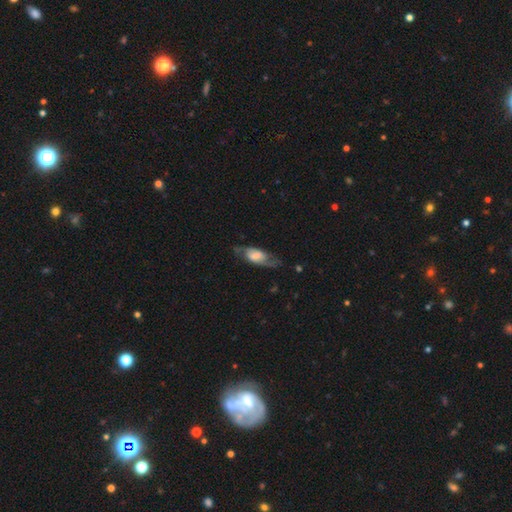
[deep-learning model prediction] This is possibly a featured or disk galaxy (60%). It is clearly not viewed edge-on (83%). Merging: likely none (62%).